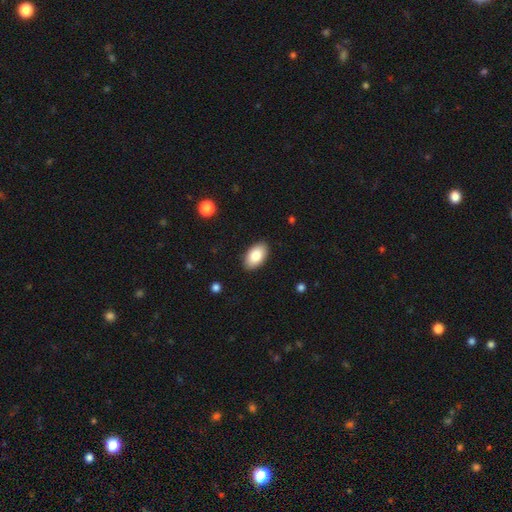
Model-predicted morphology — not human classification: Smooth or featured? smooth (84%)
How rounded? in between (95%)
Merging? none (89%)